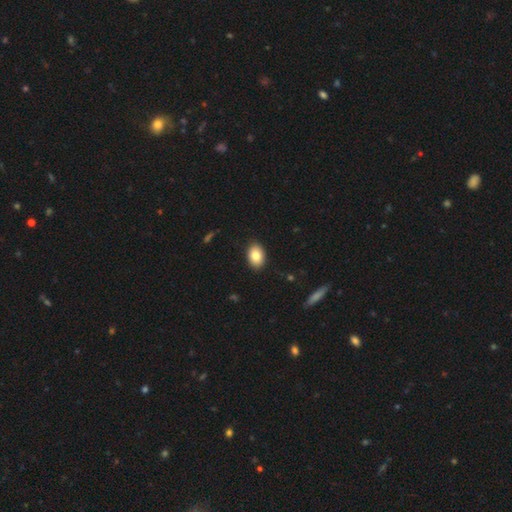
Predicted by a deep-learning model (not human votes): Smooth or featured? smooth (84%)
How rounded? in between (84%)
Merging? none (89%)